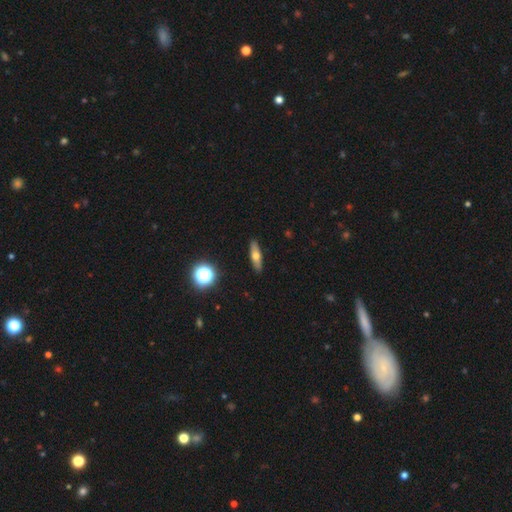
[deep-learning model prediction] This appears to be a smooth galaxy with no disk features (55%) that is cigar-shaped (58%). Merging: none (90%).